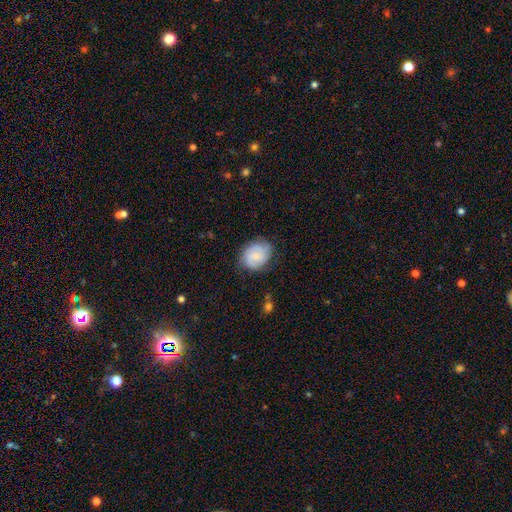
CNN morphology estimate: The model was most divided on "smooth or featured": smooth: 48%, featured or disk: 44%, star or artifact: 8%. More confident: merging — none (74%).